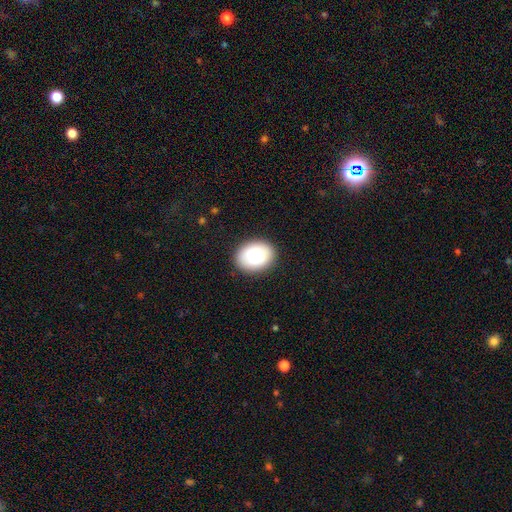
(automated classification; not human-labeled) smooth_or_featured: smooth (p=0.79) [alt: featured or disk p=0.13]
how_rounded: in between (p=0.68) [alt: round p=0.31]
merging: none (p=0.88) [alt: minor disturbance p=0.09]